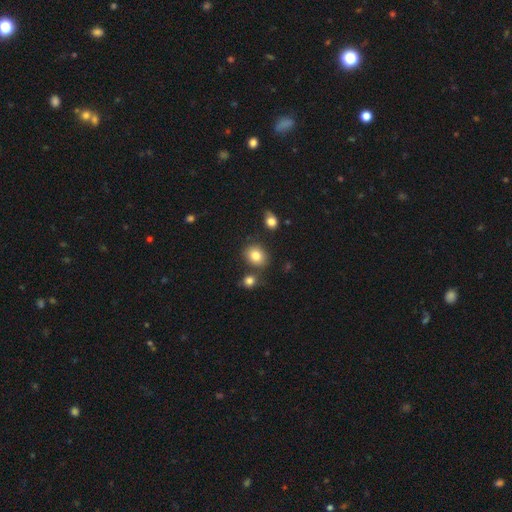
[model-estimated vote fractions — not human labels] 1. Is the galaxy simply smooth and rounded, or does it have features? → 82% smooth, 10% star or artifact, 8% featured or disk.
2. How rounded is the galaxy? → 56% round, 43% in between, 1% cigar-shaped.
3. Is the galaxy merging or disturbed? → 77% none, 11% minor disturbance, 9% merger, 3% major disturbance.